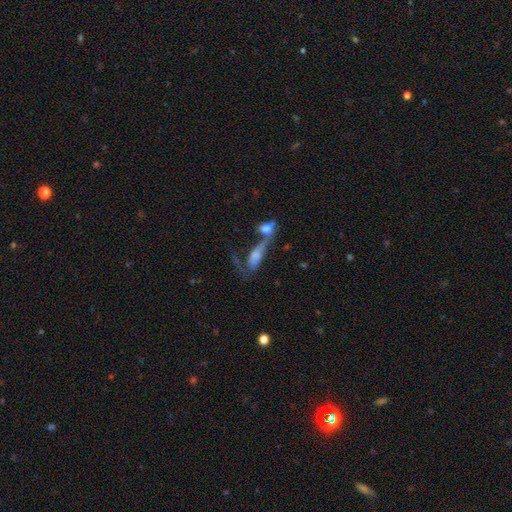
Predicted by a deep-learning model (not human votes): The model was most divided on "merging": merger: 43%, major disturbance: 26%, none: 19%, minor disturbance: 12%. More confident: how rounded — in between (69%); smooth or featured — smooth (55%).